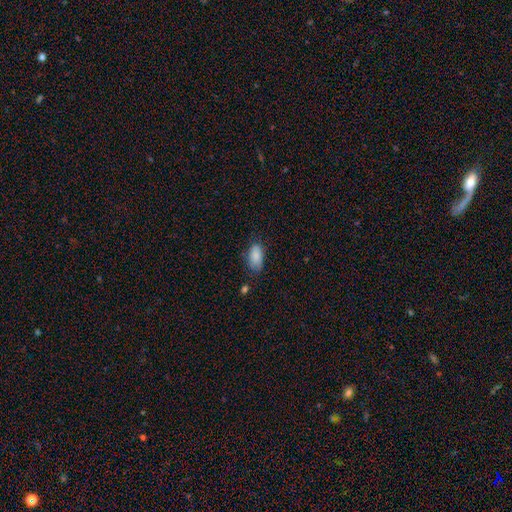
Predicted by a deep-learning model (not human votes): A smooth galaxy with no disk features (85%) that is in between round and cigar-shaped (93%). Merging: none (65%).